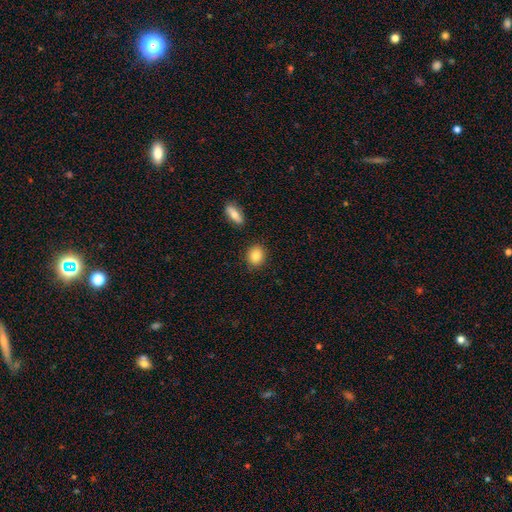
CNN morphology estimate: smooth_or_featured: smooth (p=0.86) [alt: star or artifact p=0.08]
how_rounded: round (p=0.57) [alt: in between p=0.42]
merging: none (p=0.85) [alt: minor disturbance p=0.09]